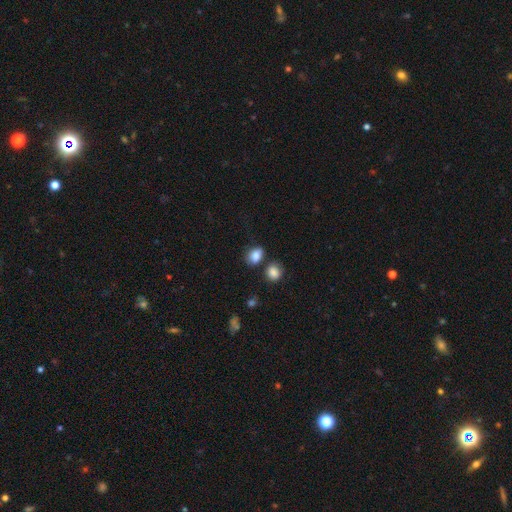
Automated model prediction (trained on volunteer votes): This appears to be a smooth galaxy with no disk features (85%) that is in between round and cigar-shaped (65%). Merging: none (63%).